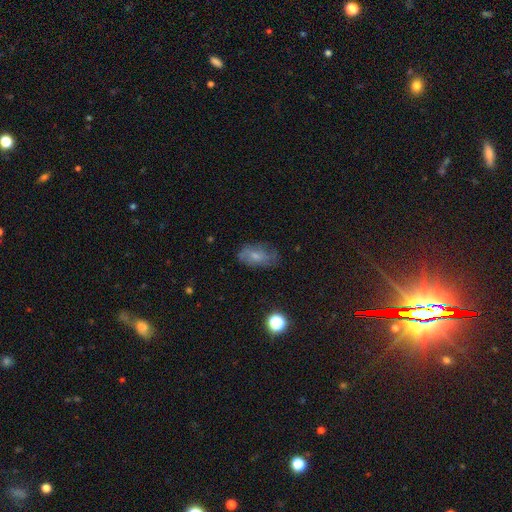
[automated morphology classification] Smooth or featured: smooth — 57% (featured or disk — 32%)
How rounded: in between — 88% (round — 8%)
Merging: none — 63% (minor disturbance — 25%)